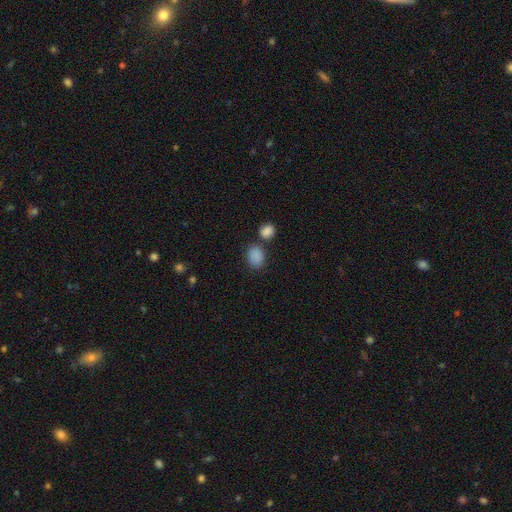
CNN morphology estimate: smooth 87%, star or artifact 9%, featured or disk 4%. Down the decision tree: how rounded — in between (70%); merging — none (65%).